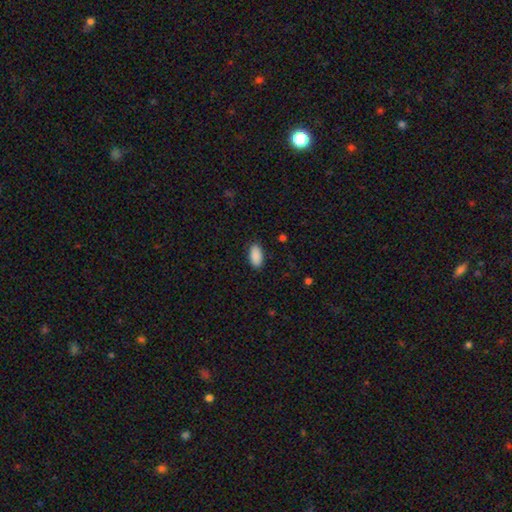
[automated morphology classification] Smooth or featured? Predicted: smooth (p=0.91). How rounded? Predicted: in between (p=0.93). Merging? Predicted: none (p=0.88).